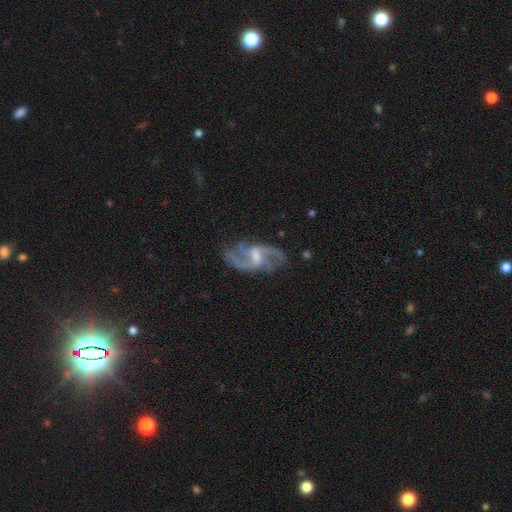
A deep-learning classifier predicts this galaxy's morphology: featured or disk 92%, star or artifact 5%, smooth 4%. Down the decision tree: edge-on disk — no (97%); bar — weak (59%); spiral arms — yes (98%); spiral arm count — 2 (81%); spiral winding — loose (48%); bulge size — small (41%); merging — none (72%).